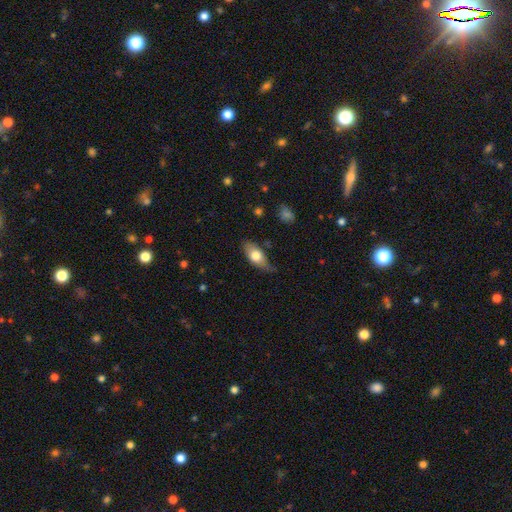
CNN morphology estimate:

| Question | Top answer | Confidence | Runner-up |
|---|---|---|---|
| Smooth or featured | smooth | 69% | featured or disk (25%) |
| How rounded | in between | 83% | cigar-shaped (13%) |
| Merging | none | 64% | minor disturbance (28%) |